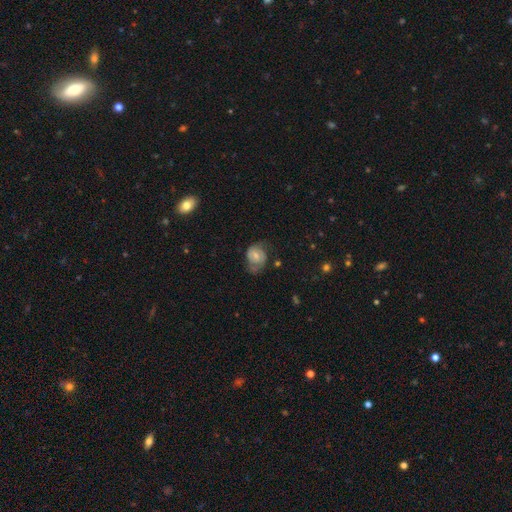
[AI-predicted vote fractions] Overall: featured or disk (51%; smooth 40%). Edge-on disk: no (97%). Merging: none (48%; minor disturbance 30%).